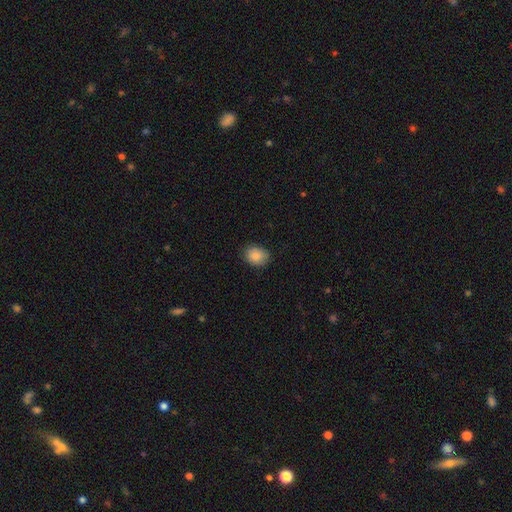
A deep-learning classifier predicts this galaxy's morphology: Smooth or featured? Predicted: smooth (p=0.88). How rounded? Predicted: in between (p=0.56). Merging? Predicted: none (p=0.83).